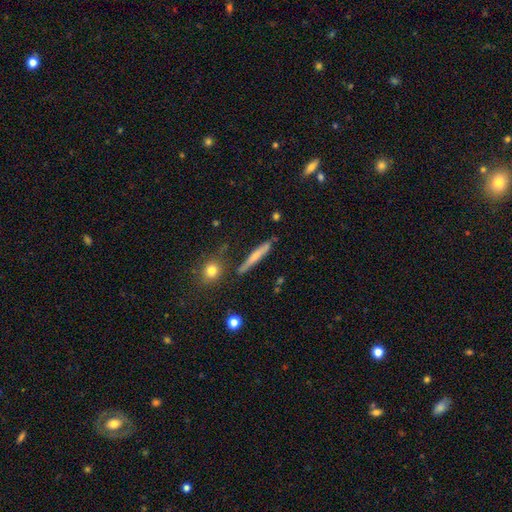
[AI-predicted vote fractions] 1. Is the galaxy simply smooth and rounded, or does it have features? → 58% smooth, 35% featured or disk, 7% star or artifact.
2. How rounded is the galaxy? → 91% cigar-shaped, 6% in between, 3% round.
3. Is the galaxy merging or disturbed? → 80% none, 13% minor disturbance, 4% merger, 3% major disturbance.